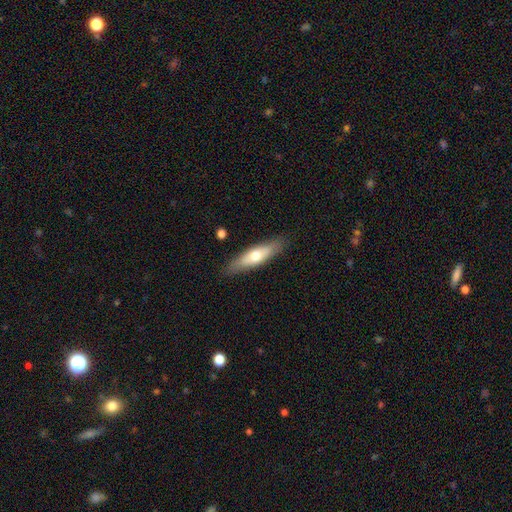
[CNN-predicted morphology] Q: Smooth or featured?
A: smooth (55%); runner-up: featured or disk (40%)
Q: How rounded?
A: cigar-shaped (63%); runner-up: in between (35%)
Q: Merging?
A: none (86%); runner-up: minor disturbance (10%)